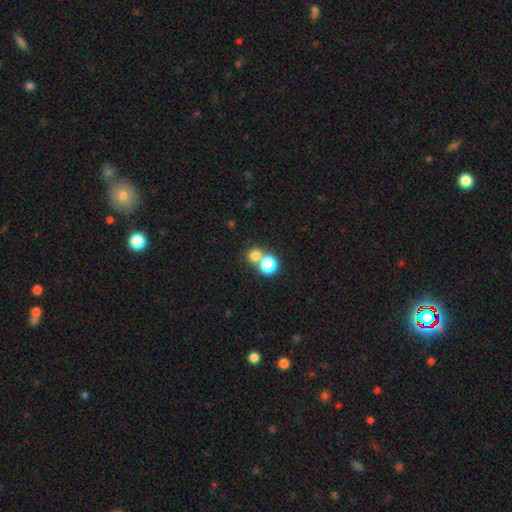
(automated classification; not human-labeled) This appears to be a smooth galaxy with no disk features (76%) that is round (84%). Merging: none (49%).